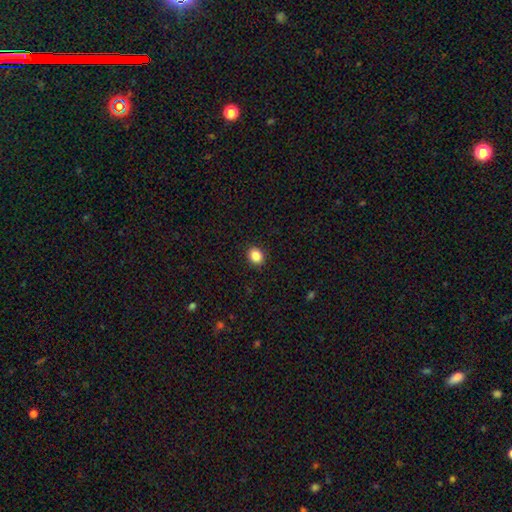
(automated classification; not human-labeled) Smooth or featured: smooth — 87% (star or artifact — 10%)
How rounded: round — 55% (in between — 44%)
Merging: none — 91% (minor disturbance — 6%)